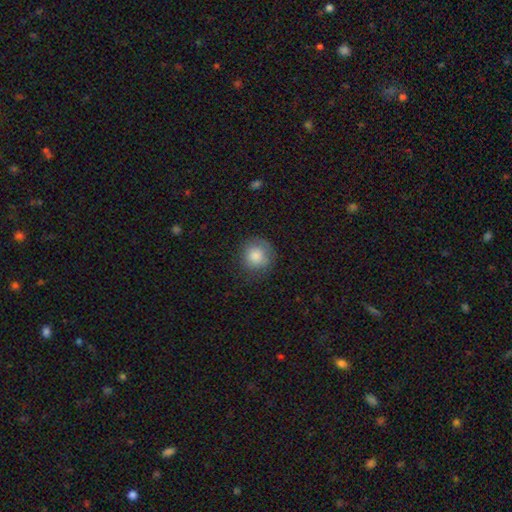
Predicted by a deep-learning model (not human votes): smooth 83%, star or artifact 9%, featured or disk 8%. Down the decision tree: how rounded — round (91%); merging — none (78%).